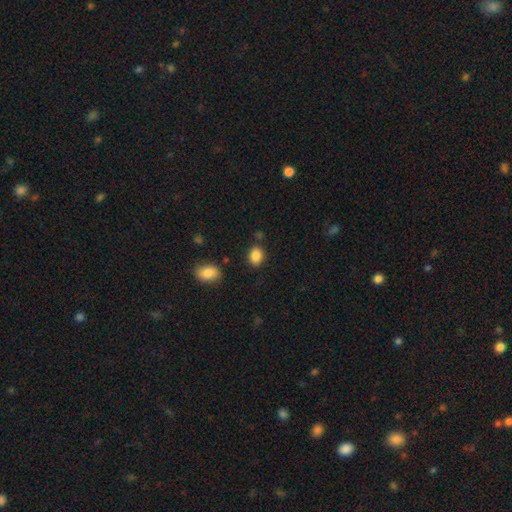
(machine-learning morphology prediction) This appears to be a smooth galaxy with no disk features (87%) that is in between round and cigar-shaped (61%). Merging: none (81%).